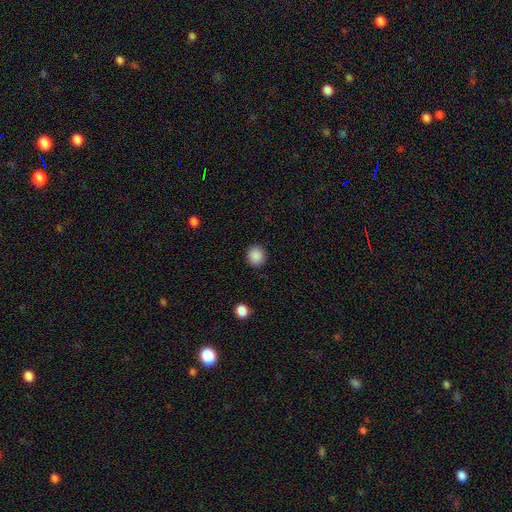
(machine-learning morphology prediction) Overall: smooth (88%). How rounded: round (85%). Merging: none (90%).